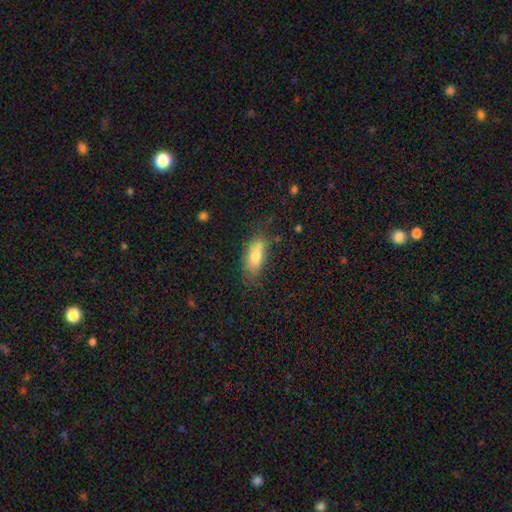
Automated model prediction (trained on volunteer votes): smooth 72%, featured or disk 20%, star or artifact 9%. Down the decision tree: how rounded — in between (82%); merging — none (66%).